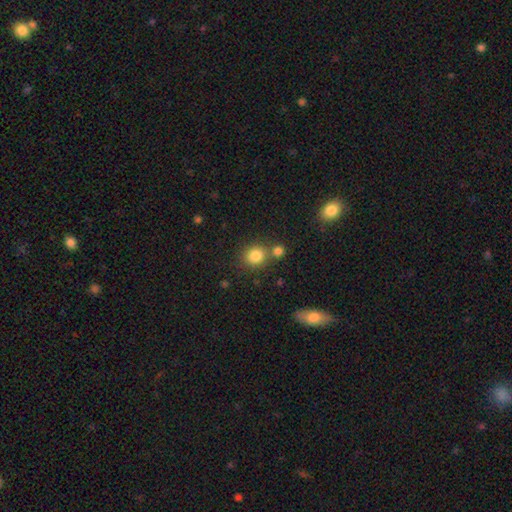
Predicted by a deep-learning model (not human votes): Smooth or featured? Predicted: smooth (p=0.83). How rounded? Predicted: round (p=0.78). Merging? Predicted: none (p=0.63).